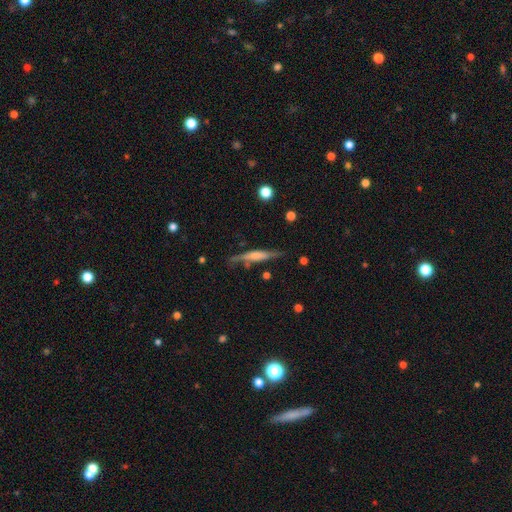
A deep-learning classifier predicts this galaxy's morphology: The model was most divided on "smooth or featured": featured or disk: 53%, smooth: 41%, star or artifact: 7%. More confident: edge-on disk — yes (91%); merging — none (70%).